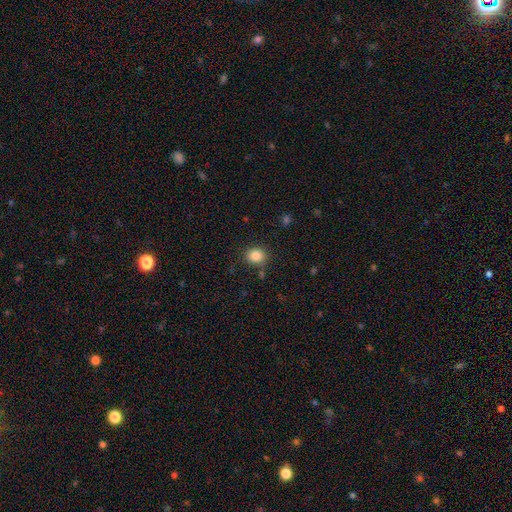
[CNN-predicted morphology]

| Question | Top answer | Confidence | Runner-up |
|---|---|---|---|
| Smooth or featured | smooth | 85% | star or artifact (10%) |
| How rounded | round | 66% | in between (33%) |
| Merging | none | 83% | minor disturbance (10%) |